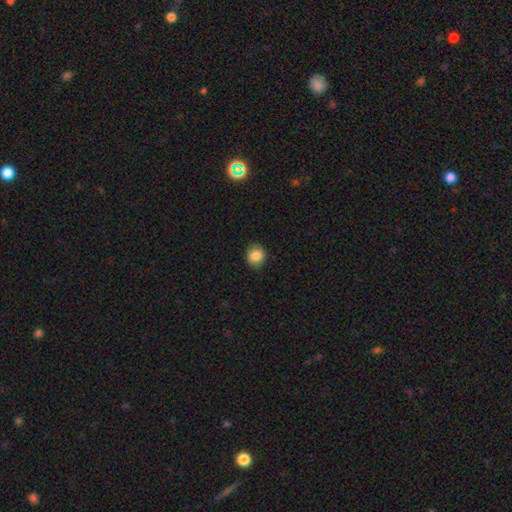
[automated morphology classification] A smooth galaxy with no disk features (86%) that is round (77%).

Vote fractions:
- Smooth or featured? smooth: 86% / star or artifact: 9% / featured or disk: 5%
- How rounded? round: 77% / in between: 22% / cigar-shaped: 1%
- Merging? none: 88% / minor disturbance: 8% / major disturbance: 2% / merger: 1%